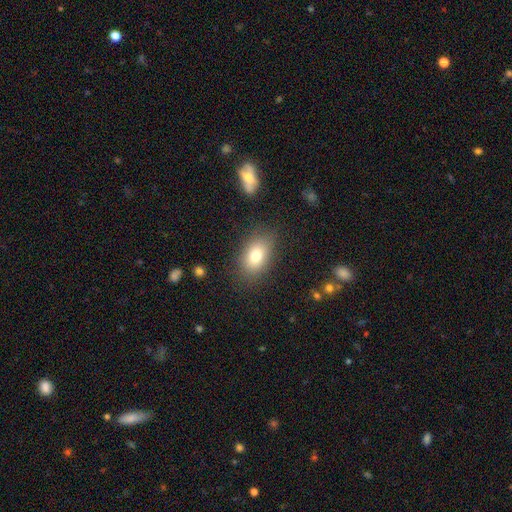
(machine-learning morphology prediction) This appears to be a smooth galaxy with no disk features (78%) that is in between round and cigar-shaped (85%). Merging: none (82%).